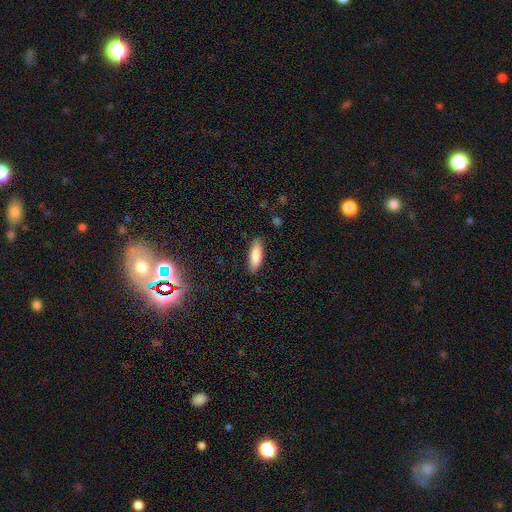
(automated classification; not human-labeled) This appears to be a smooth galaxy with no disk features (86%) that is in between round and cigar-shaped (60%). Merging: none (86%).